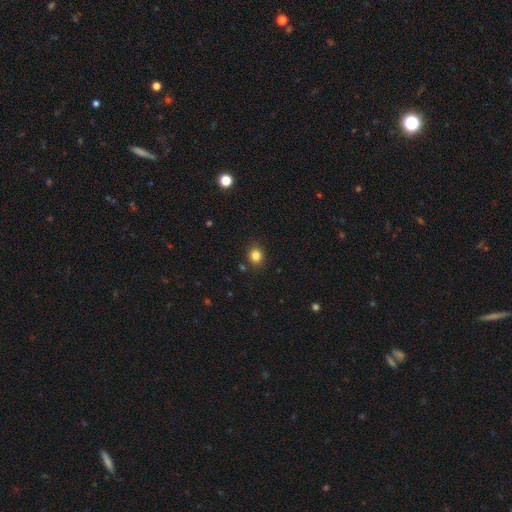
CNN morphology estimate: This is clearly a smooth galaxy (83%). How rounded: likely round (80%). Merging: clearly none (87%).